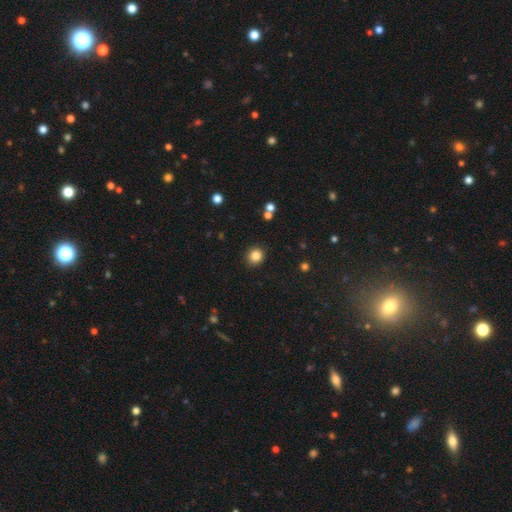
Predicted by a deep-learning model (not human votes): smooth_or_featured: smooth (p=0.84) [alt: star or artifact p=0.11]
how_rounded: round (p=0.91) [alt: in between p=0.08]
merging: none (p=0.91) [alt: minor disturbance p=0.06]